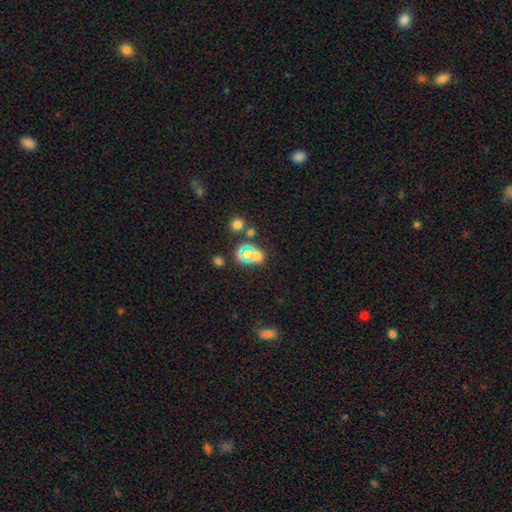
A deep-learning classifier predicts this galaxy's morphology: Q: Smooth or featured?
A: star or artifact (48%); runner-up: smooth (41%)